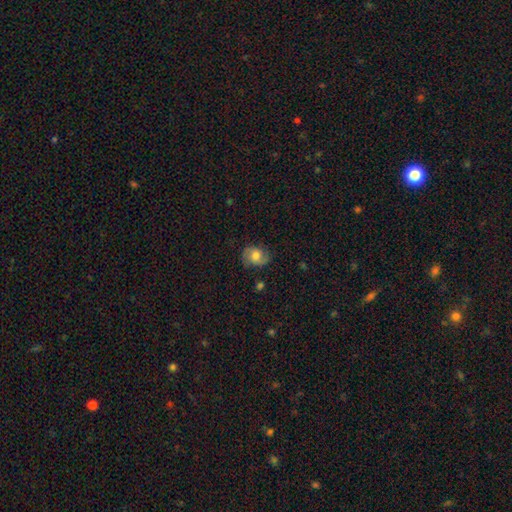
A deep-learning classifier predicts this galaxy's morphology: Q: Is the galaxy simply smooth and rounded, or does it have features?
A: smooth — 47%.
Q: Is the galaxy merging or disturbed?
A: none — 75%.